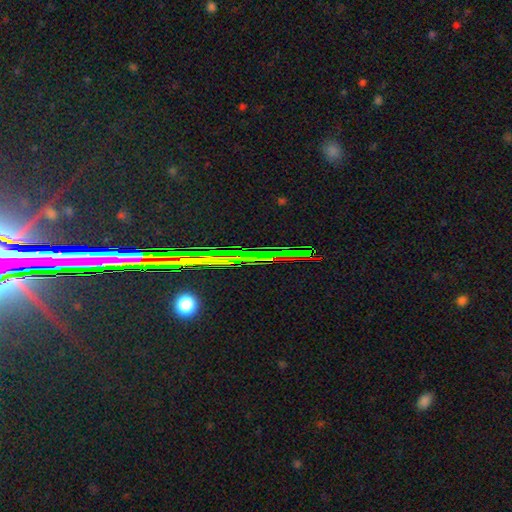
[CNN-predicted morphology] Overall: star or artifact (82%).